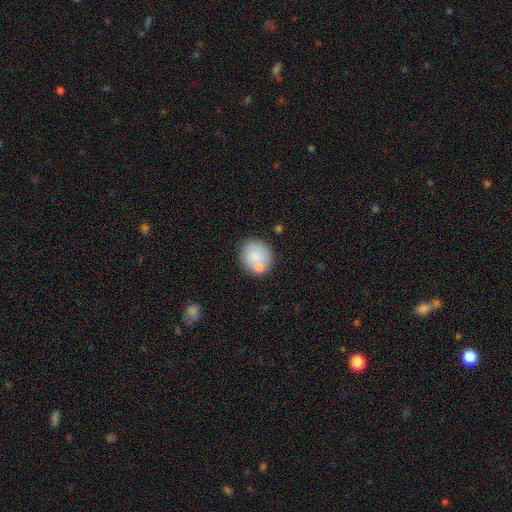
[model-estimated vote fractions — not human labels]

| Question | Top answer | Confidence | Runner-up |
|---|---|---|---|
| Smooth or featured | smooth | 78% | featured or disk (14%) |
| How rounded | round | 88% | in between (11%) |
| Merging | none | 67% | merger (16%) |